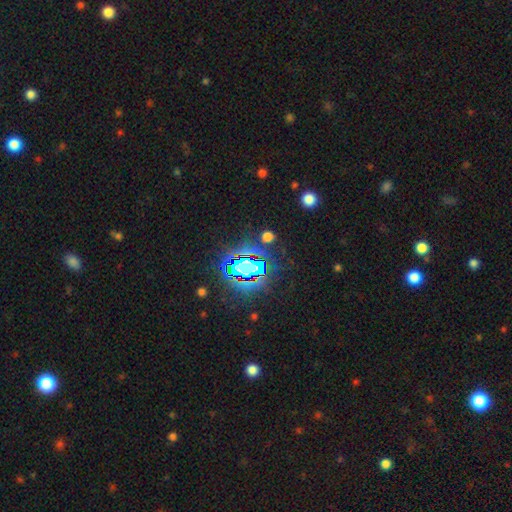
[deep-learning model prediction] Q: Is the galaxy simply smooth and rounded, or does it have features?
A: star or artifact — 83%.